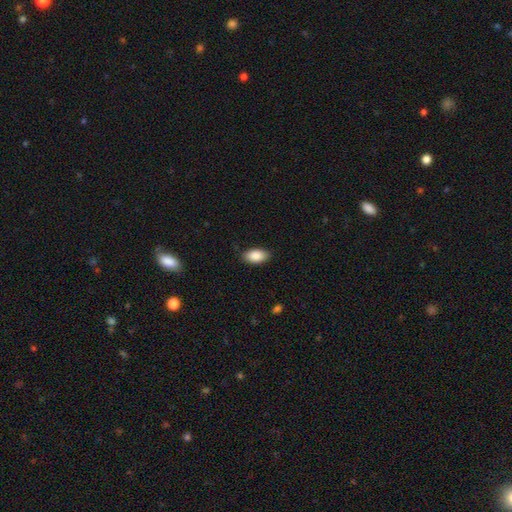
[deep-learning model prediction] Smooth or featured? smooth (88%)
How rounded? in between (94%)
Merging? none (86%)